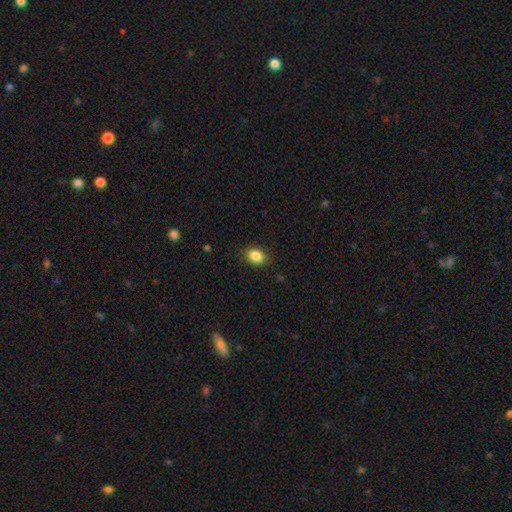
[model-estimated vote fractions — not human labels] The model was most divided on "how rounded": in between: 53%, round: 46%, cigar-shaped: 1%. More confident: smooth or featured — smooth (85%); merging — none (85%).